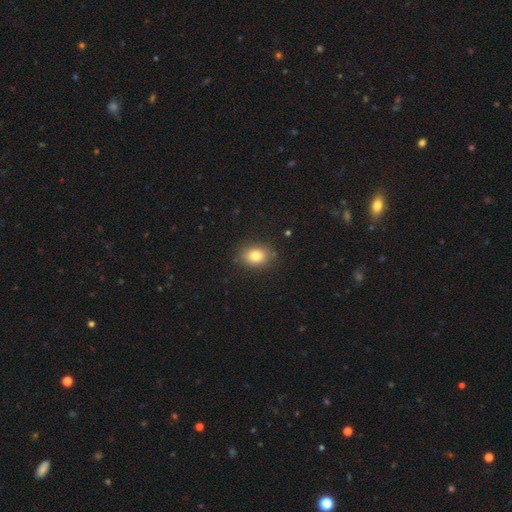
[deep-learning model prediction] Smooth or featured? smooth (80%)
How rounded? in between (59%)
Merging? none (85%)